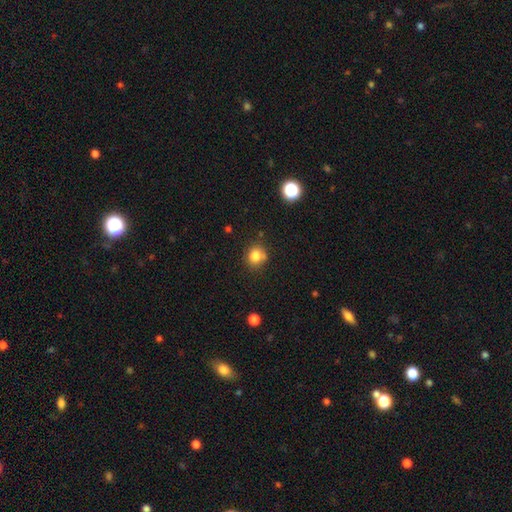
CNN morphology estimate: Smooth or featured? smooth (81%)
How rounded? round (83%)
Merging? none (73%)